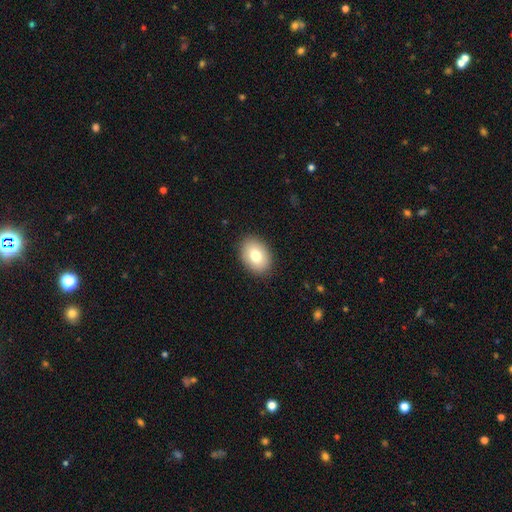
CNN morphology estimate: Overall: smooth (79%). How rounded: in between (79%). Merging: none (89%).